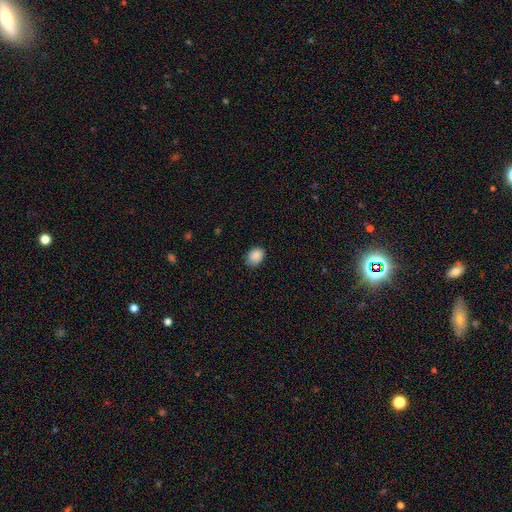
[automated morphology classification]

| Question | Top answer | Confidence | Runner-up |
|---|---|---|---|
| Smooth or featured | smooth | 88% | star or artifact (8%) |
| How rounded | in between | 60% | round (40%) |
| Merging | none | 82% | minor disturbance (14%) |